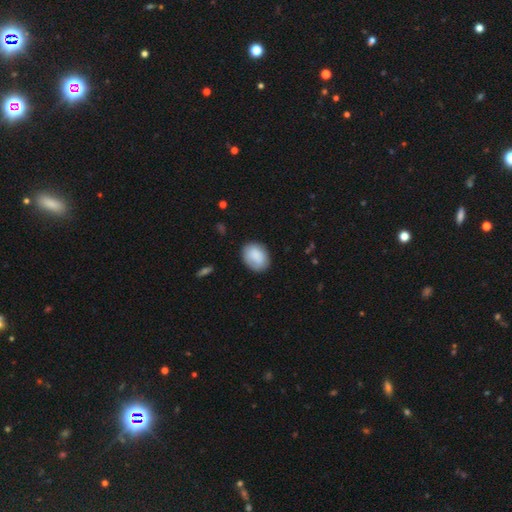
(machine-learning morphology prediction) Smooth or featured: smooth — 85% (featured or disk — 8%)
How rounded: in between — 66% (round — 33%)
Merging: none — 79% (minor disturbance — 16%)